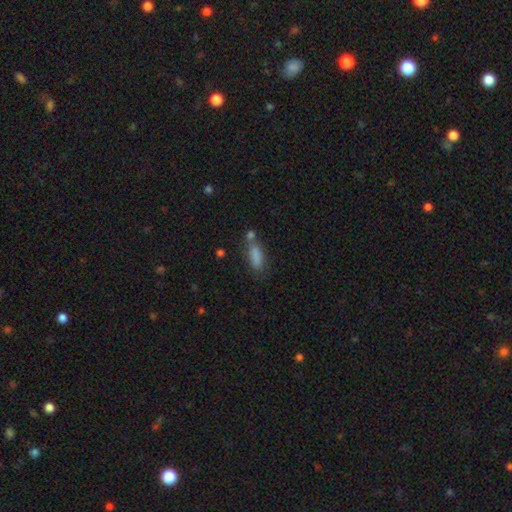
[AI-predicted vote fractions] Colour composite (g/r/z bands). It shows a smooth galaxy with no disk features (82%) that is in between round and cigar-shaped (61%). Merging: none (51%).